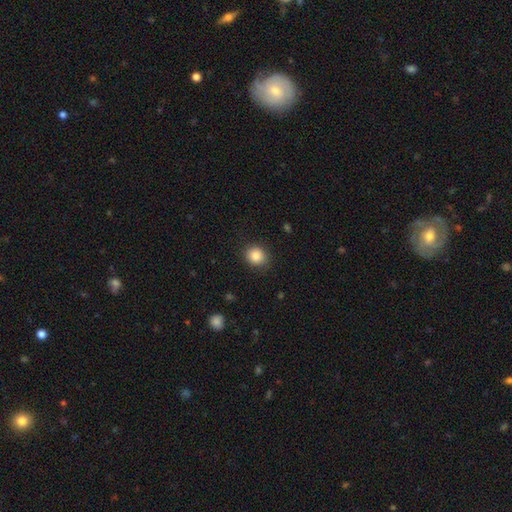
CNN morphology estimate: A smooth galaxy with no disk features (86%) that is round (78%).

Vote fractions:
- Smooth or featured? smooth: 86% / star or artifact: 9% / featured or disk: 4%
- How rounded? round: 78% / in between: 21% / cigar-shaped: 1%
- Merging? none: 87% / minor disturbance: 9% / major disturbance: 3% / merger: 1%